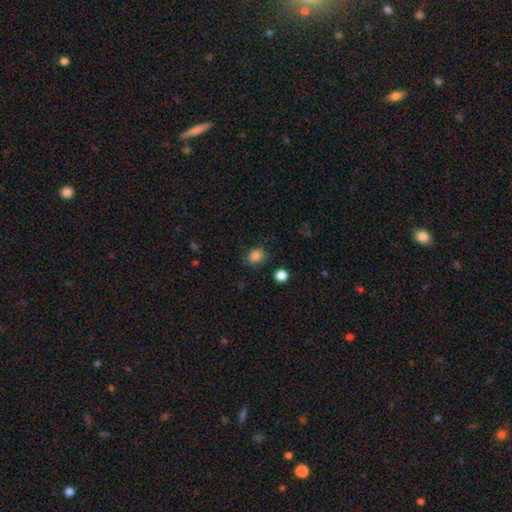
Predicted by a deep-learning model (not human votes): A smooth galaxy with no disk features (85%) that is round (64%). Merging: none (79%).